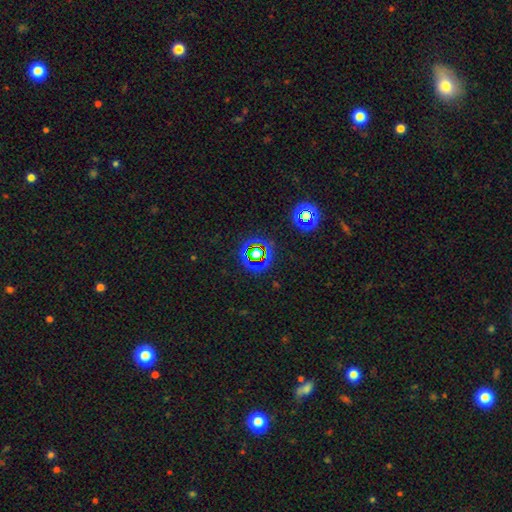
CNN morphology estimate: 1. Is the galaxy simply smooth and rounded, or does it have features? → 67% star or artifact, 22% smooth, 11% featured or disk.